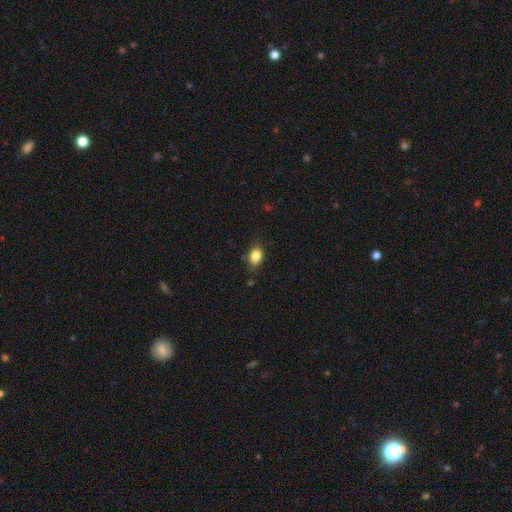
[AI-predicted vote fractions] This is clearly a smooth galaxy (84%). How rounded: likely in between (77%). Merging: likely none (78%).